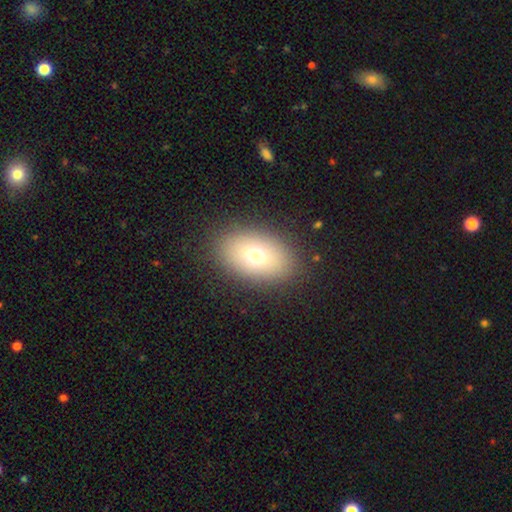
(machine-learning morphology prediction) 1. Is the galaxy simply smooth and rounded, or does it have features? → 71% smooth, 18% featured or disk, 11% star or artifact.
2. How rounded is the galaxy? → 86% in between, 13% round, 2% cigar-shaped.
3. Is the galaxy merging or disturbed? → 87% none, 8% minor disturbance, 3% major disturbance, 1% merger.